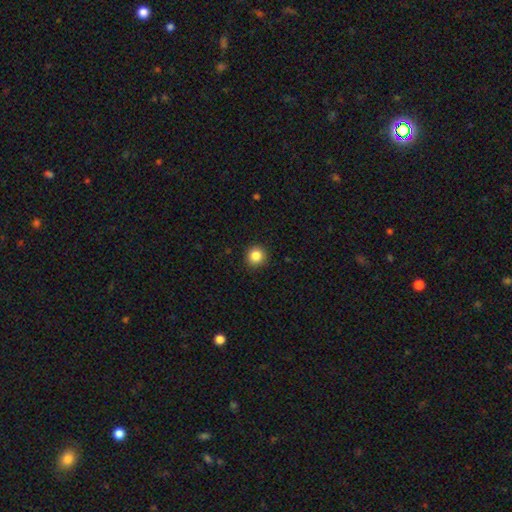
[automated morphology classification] Smooth or featured?
  - smooth: 85% *
  - star or artifact: 10%
  - featured or disk: 4%
How rounded?
  - round: 93% *
  - in between: 6%
  - cigar-shaped: 1%
Merging?
  - none: 91% *
  - minor disturbance: 6%
  - major disturbance: 2%
  - merger: 1%